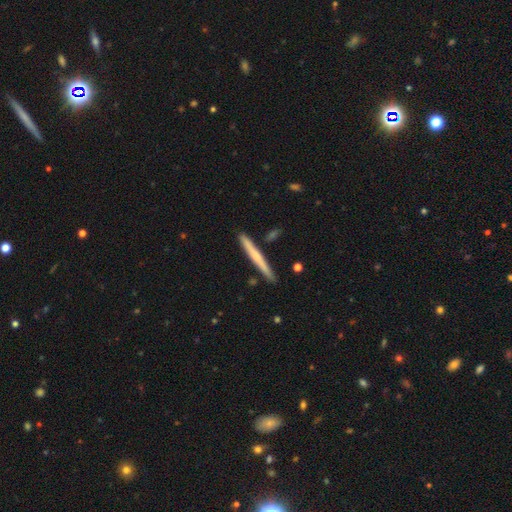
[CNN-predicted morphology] Smooth or featured: smooth — 48% (featured or disk — 47%)
Merging: none — 88% (minor disturbance — 8%)